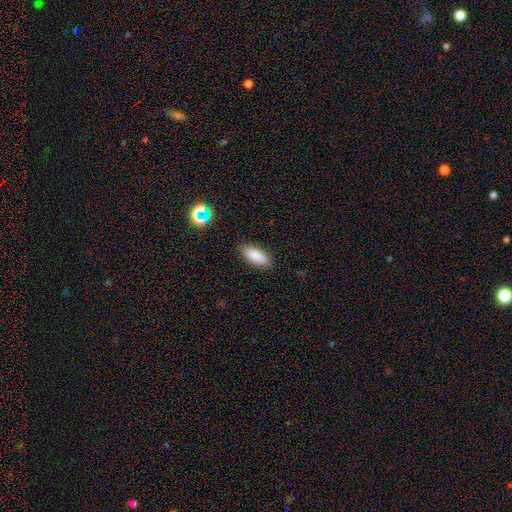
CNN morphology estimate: Q: Smooth or featured?
A: smooth (86%); runner-up: star or artifact (8%)
Q: How rounded?
A: in between (79%); runner-up: cigar-shaped (18%)
Q: Merging?
A: none (84%); runner-up: minor disturbance (12%)